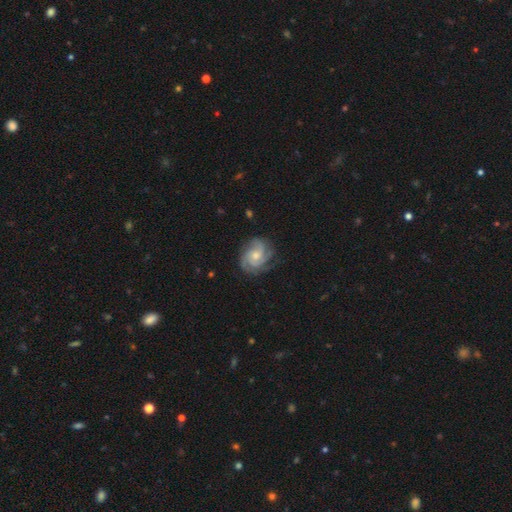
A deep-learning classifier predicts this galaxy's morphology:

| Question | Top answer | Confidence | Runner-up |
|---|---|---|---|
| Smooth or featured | featured or disk | 82% | smooth (12%) |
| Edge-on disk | no | 98% | yes (2%) |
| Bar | no | 74% | weak (23%) |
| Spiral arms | yes | 97% | no (3%) |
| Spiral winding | tight | 56% | medium (35%) |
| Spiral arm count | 3 | 35% | 4 (24%) |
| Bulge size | moderate | 50% | small (43%) |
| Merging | none | 75% | minor disturbance (17%) |